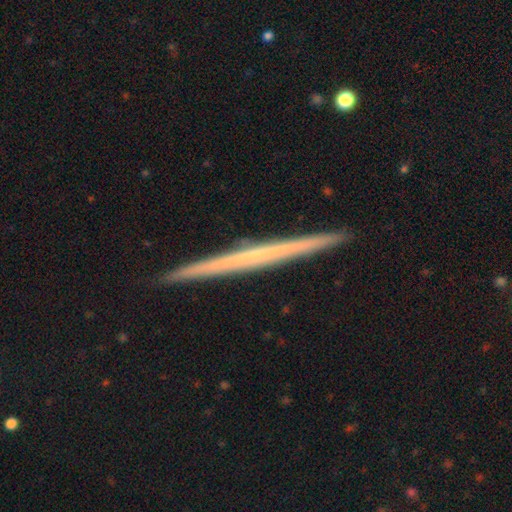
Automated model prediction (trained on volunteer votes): smooth_or_featured: featured or disk (p=0.64) [alt: smooth p=0.29]
disk_edge_on: yes (p=0.98) [alt: no p=0.02]
edge_on_bulge: none (p=0.87) [alt: rounded p=0.09]
merging: none (p=0.93) [alt: minor disturbance p=0.05]